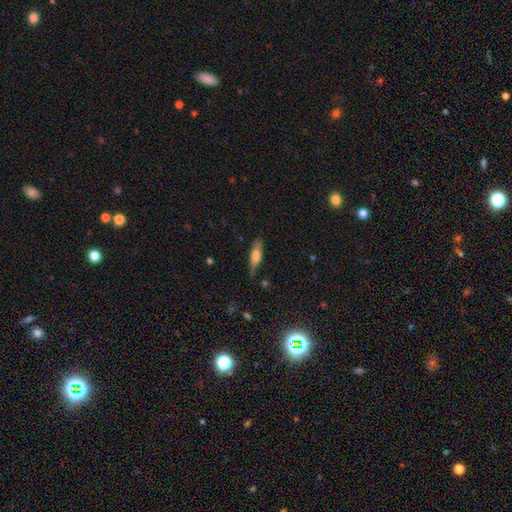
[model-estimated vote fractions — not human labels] Smooth or featured? Predicted: smooth (p=0.64). How rounded? Predicted: cigar-shaped (p=0.61). Merging? Predicted: none (p=0.71).